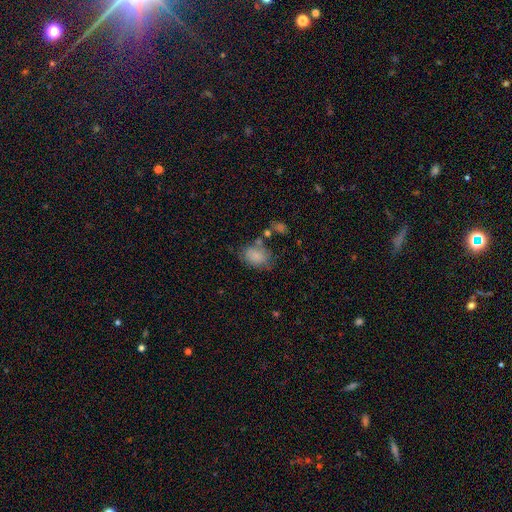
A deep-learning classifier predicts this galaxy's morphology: This is clearly a smooth galaxy (81%). How rounded: likely in between (75%). Merging: possibly none (55%).